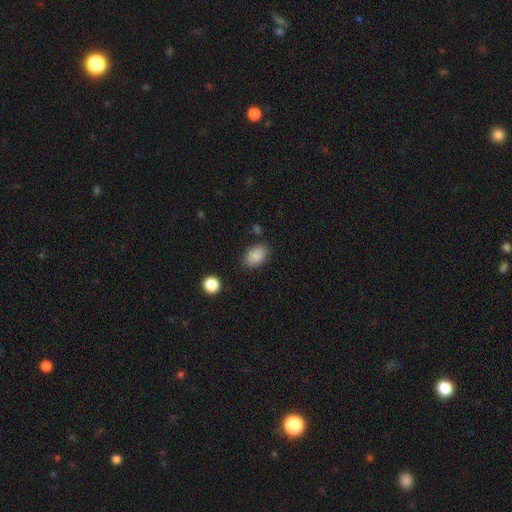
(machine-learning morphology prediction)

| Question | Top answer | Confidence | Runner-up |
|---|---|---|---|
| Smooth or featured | smooth | 87% | star or artifact (8%) |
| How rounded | in between | 87% | round (12%) |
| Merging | none | 82% | minor disturbance (12%) |